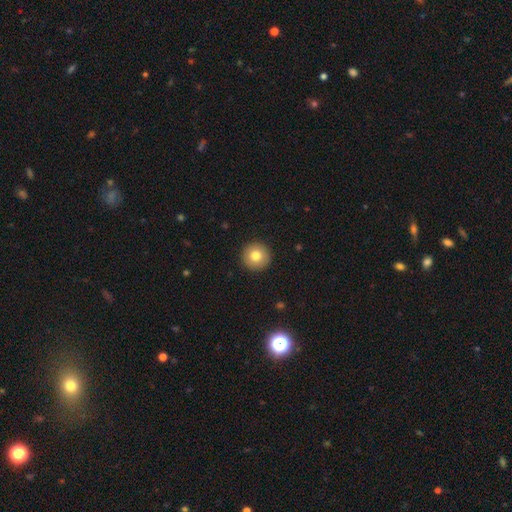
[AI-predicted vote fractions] This appears to be a smooth galaxy with no disk features (78%) that is round (96%). Merging: none (93%).